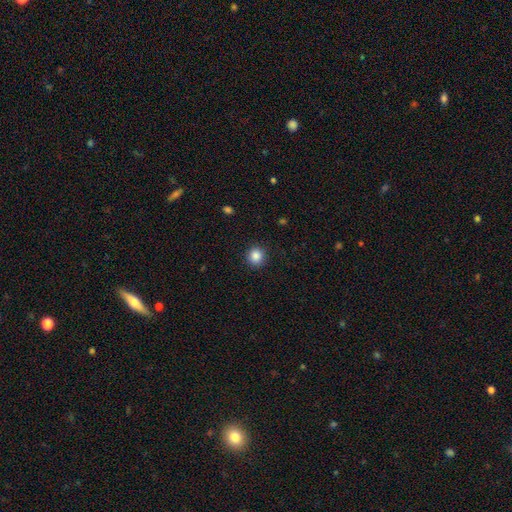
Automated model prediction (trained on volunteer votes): Smooth or featured? Predicted: smooth (p=0.87). How rounded? Predicted: round (p=0.88). Merging? Predicted: none (p=0.90).